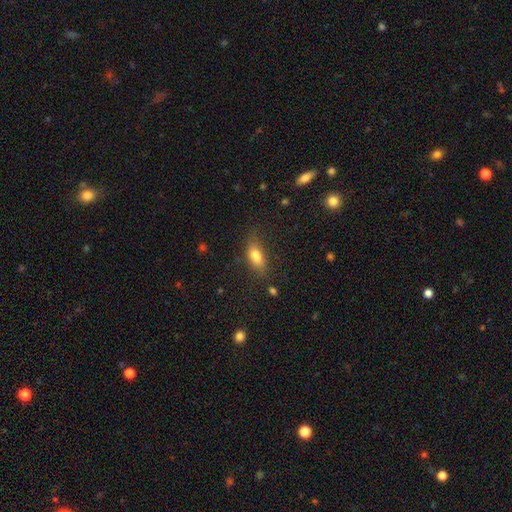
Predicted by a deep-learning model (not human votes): smooth 76%, featured or disk 13%, star or artifact 10%. Down the decision tree: how rounded — in between (79%); merging — none (64%).